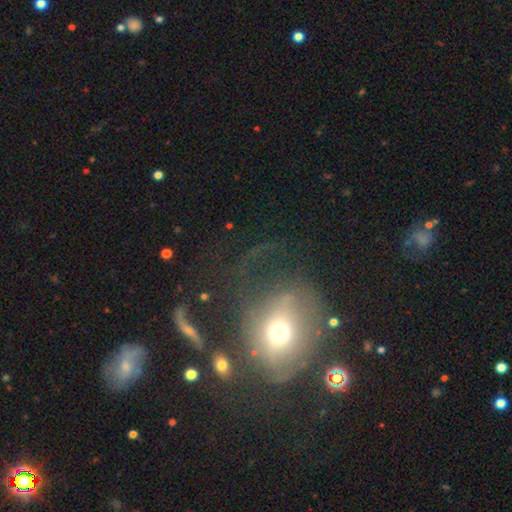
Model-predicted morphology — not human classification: Smooth or featured? Predicted: smooth (p=0.43). Merging? Predicted: none (p=0.39).